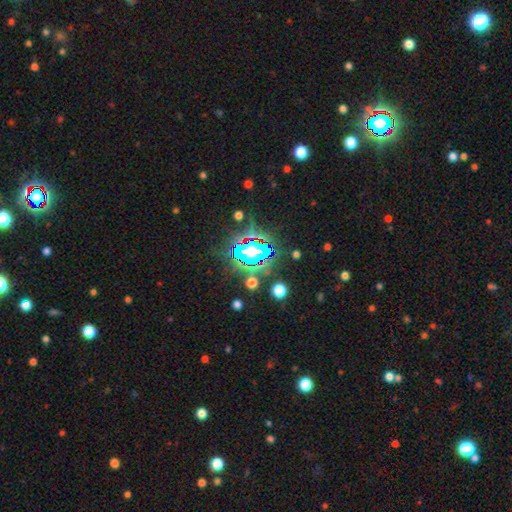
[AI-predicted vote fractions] This is clearly a star or artifact rather than a galaxy (84%).